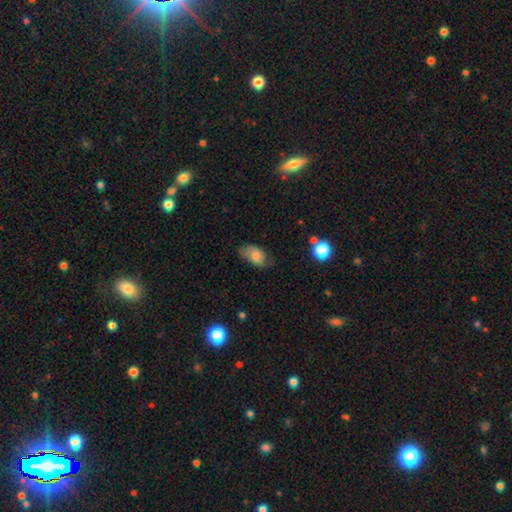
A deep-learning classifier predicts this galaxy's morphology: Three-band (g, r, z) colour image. It shows a smooth galaxy with no disk features (76%) that is in between round and cigar-shaped (90%). Merging: none (58%).